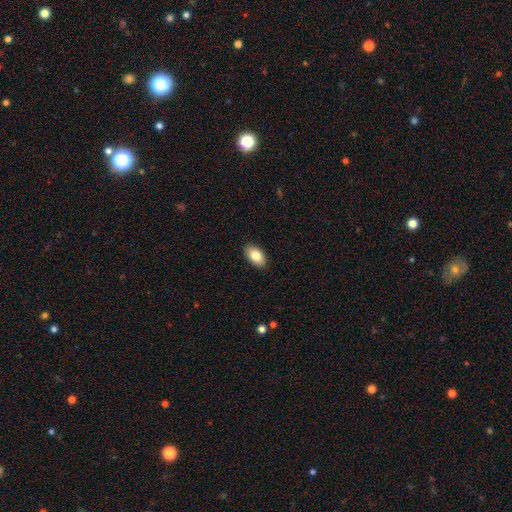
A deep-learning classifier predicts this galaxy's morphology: This is clearly a smooth galaxy (83%). How rounded: clearly in between (93%). Merging: clearly none (89%).